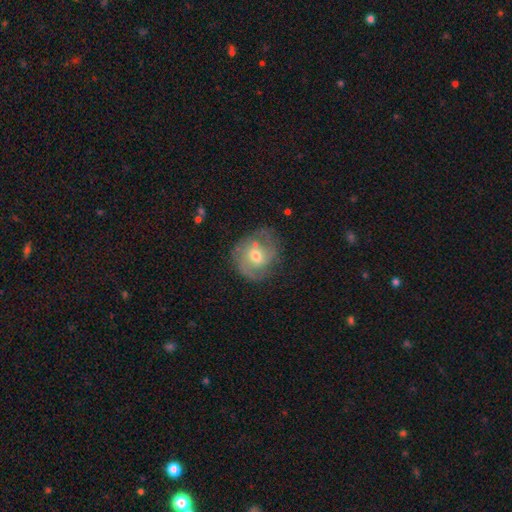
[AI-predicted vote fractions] Morphology: type=featured or disk (65%); edge-on=no (97%); bar=no (53%); spiral arms=yes (83%); winding=medium (44%); arm count=2 (56%); bulge=moderate (67%); merging=none (65%).